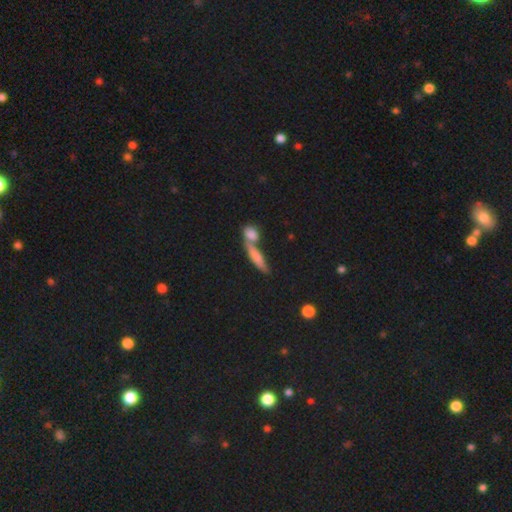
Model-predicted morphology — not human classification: smooth_or_featured: smooth (p=0.65) [alt: featured or disk p=0.23]
how_rounded: cigar-shaped (p=0.71) [alt: in between p=0.23]
merging: none (p=0.48) [alt: merger p=0.37]